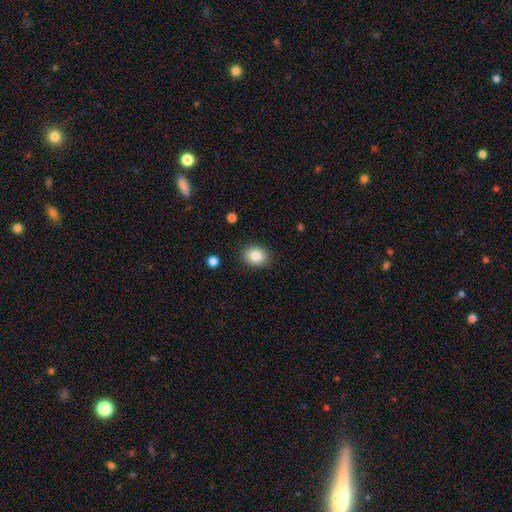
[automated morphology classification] Smooth or featured? smooth (84%)
How rounded? round (51%)
Merging? none (88%)